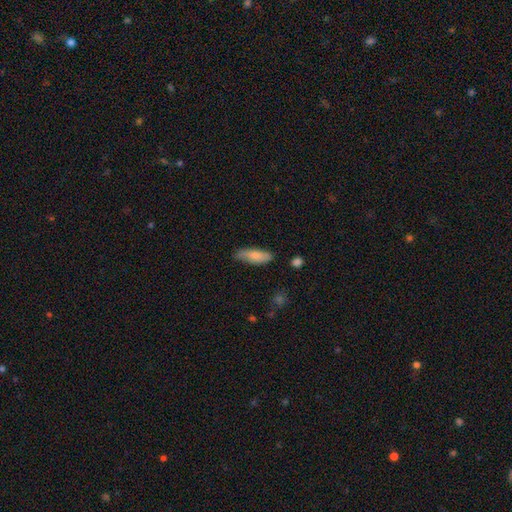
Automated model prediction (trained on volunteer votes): The model was most divided on "how rounded": in between: 56%, cigar-shaped: 42%, round: 2%. More confident: smooth or featured — smooth (80%); merging — none (72%).